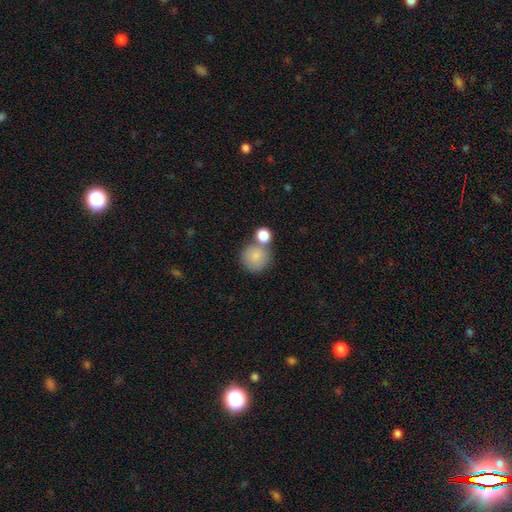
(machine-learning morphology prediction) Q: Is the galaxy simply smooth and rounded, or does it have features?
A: smooth — 83%.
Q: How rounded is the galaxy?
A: round — 91%.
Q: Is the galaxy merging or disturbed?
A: none — 56%.